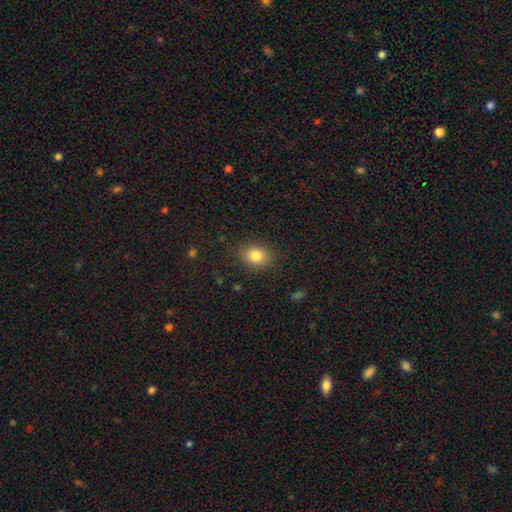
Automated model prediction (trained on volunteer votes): Smooth or featured? Predicted: smooth (p=0.82). How rounded? Predicted: in between (p=0.50). Merging? Predicted: none (p=0.86).